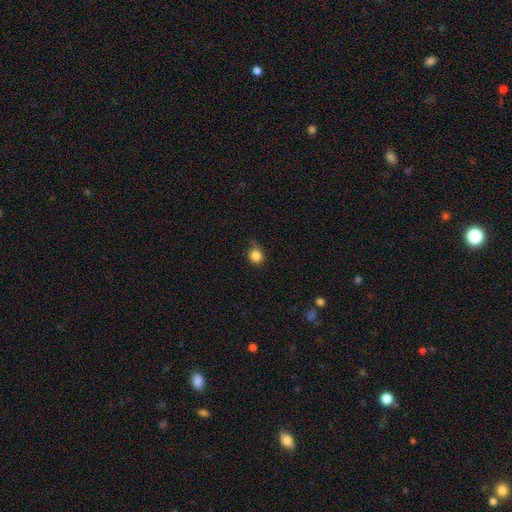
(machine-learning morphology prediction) smooth_or_featured: smooth (p=0.84) [alt: star or artifact p=0.11]
how_rounded: round (p=0.85) [alt: in between p=0.14]
merging: none (p=0.71) [alt: minor disturbance p=0.23]